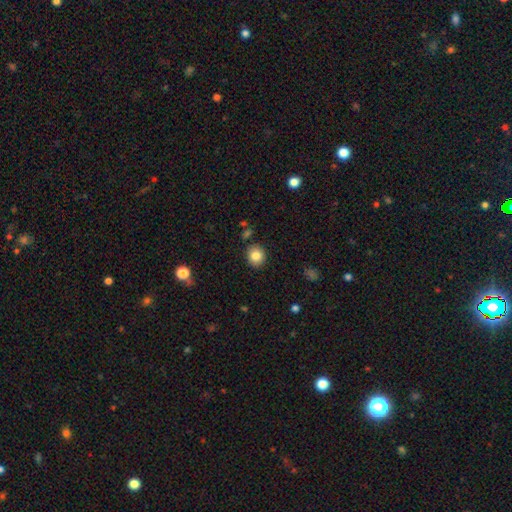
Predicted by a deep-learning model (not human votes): The model was most divided on "how rounded": round: 77%, in between: 22%, cigar-shaped: 1%. More confident: merging — none (88%); smooth or featured — smooth (85%).